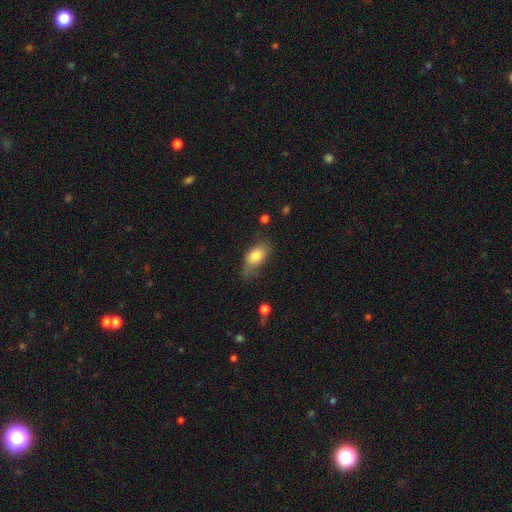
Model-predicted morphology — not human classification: Smooth or featured? smooth (81%)
How rounded? in between (88%)
Merging? none (55%)